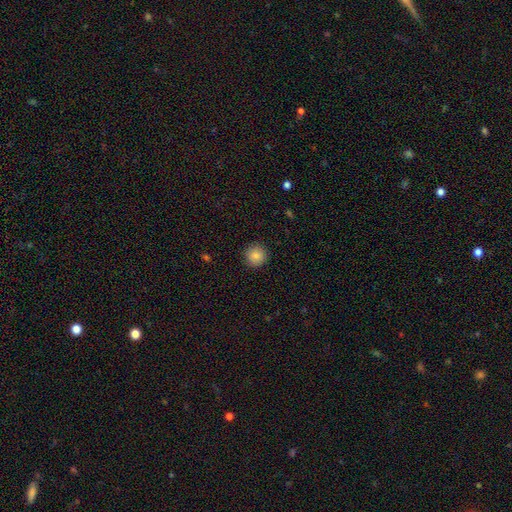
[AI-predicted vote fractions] Smooth or featured?
  - smooth: 85% *
  - star or artifact: 9%
  - featured or disk: 5%
How rounded?
  - round: 95% *
  - in between: 4%
  - cigar-shaped: 1%
Merging?
  - none: 91% *
  - minor disturbance: 6%
  - major disturbance: 2%
  - merger: 1%